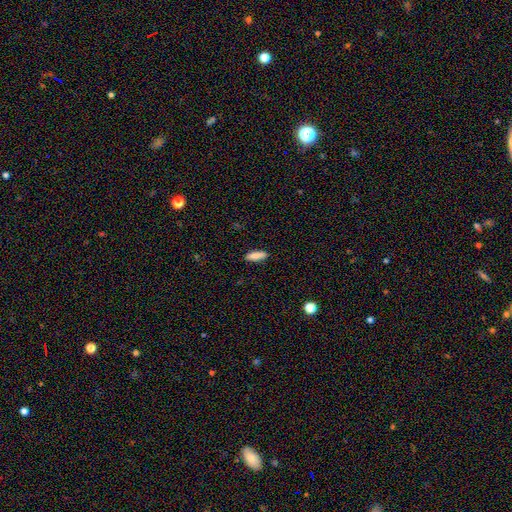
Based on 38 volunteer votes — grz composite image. It shows a smooth galaxy with no disk features (79%) that is in between round and cigar-shaped (60%). Merging: none (86%).